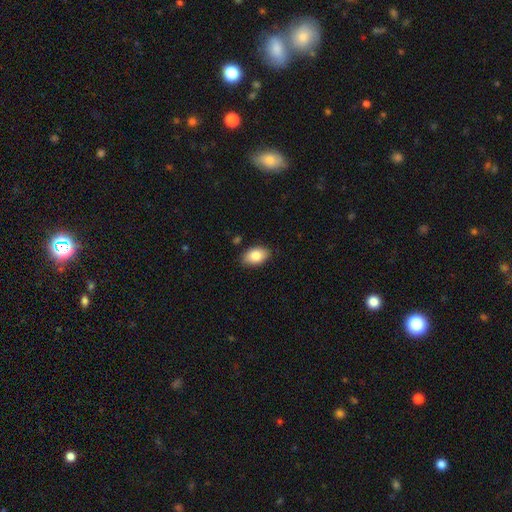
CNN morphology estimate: This appears to be a smooth galaxy with no disk features (85%) that is in between round and cigar-shaped (90%). Merging: none (86%).